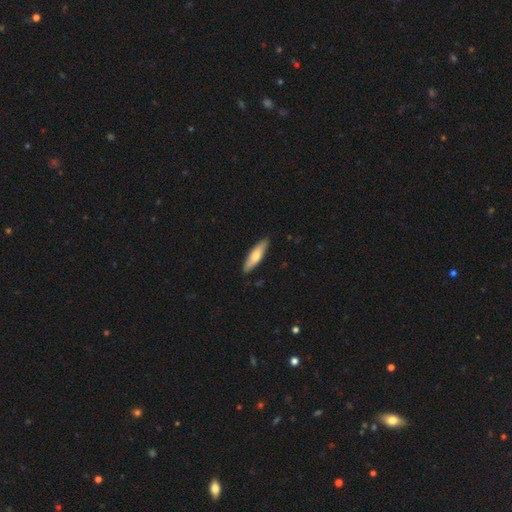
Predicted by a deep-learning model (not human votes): Smooth or featured?
  - smooth: 66% *
  - featured or disk: 29%
  - star or artifact: 5%
How rounded?
  - cigar-shaped: 67% *
  - in between: 31%
  - round: 2%
Merging?
  - none: 89% *
  - minor disturbance: 9%
  - major disturbance: 2%
  - merger: 1%